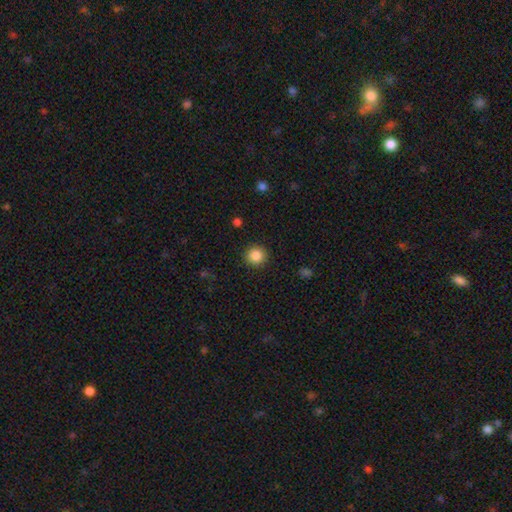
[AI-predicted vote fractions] A smooth galaxy with no disk features (86%) that is round (93%). Merging: none (91%).